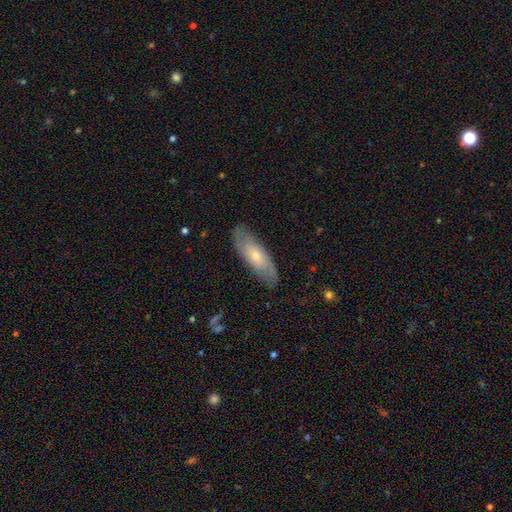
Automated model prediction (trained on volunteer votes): Overall: smooth (48%; featured or disk 46%). Merging: none (81%).